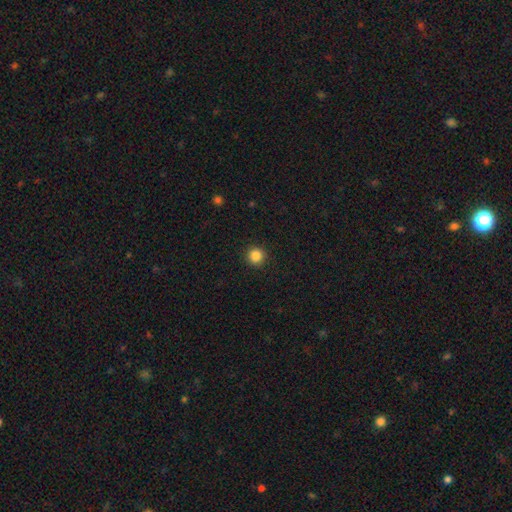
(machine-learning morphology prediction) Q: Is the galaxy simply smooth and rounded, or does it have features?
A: smooth — 86%.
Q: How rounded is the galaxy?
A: round — 95%.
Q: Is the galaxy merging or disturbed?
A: none — 93%.